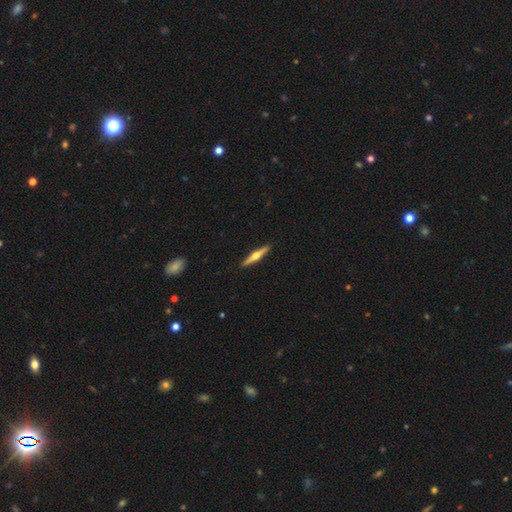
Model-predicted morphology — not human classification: Overall: featured or disk (70%). Edge-on disk: yes (98%). Edge-on bulge: rounded (95%). Merging: none (92%).